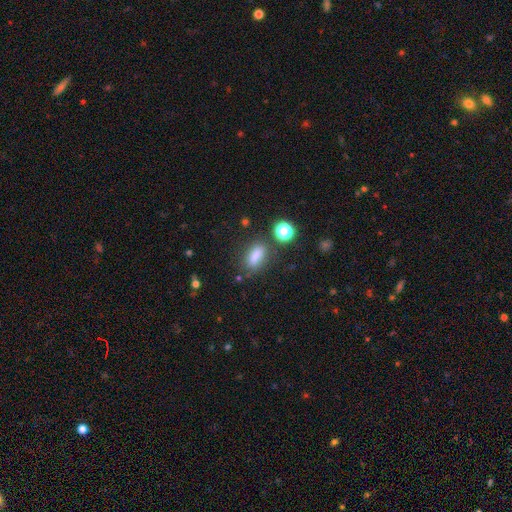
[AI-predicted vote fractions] smooth 81%, star or artifact 12%, featured or disk 7%. Down the decision tree: how rounded — in between (74%); merging — none (73%).